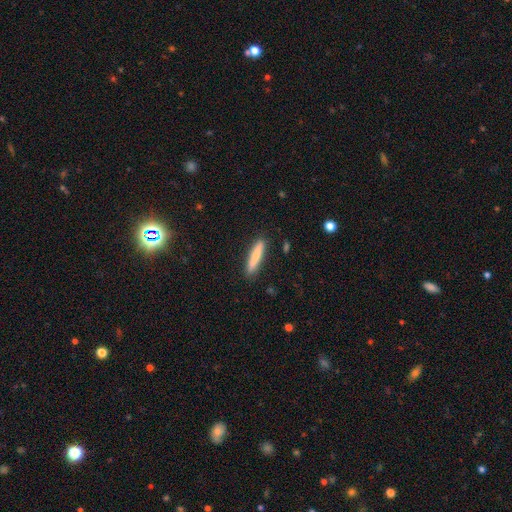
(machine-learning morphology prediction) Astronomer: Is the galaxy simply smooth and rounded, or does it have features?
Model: smooth — 70%.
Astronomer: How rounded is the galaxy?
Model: cigar-shaped — 90%.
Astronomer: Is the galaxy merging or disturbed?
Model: none — 89%.